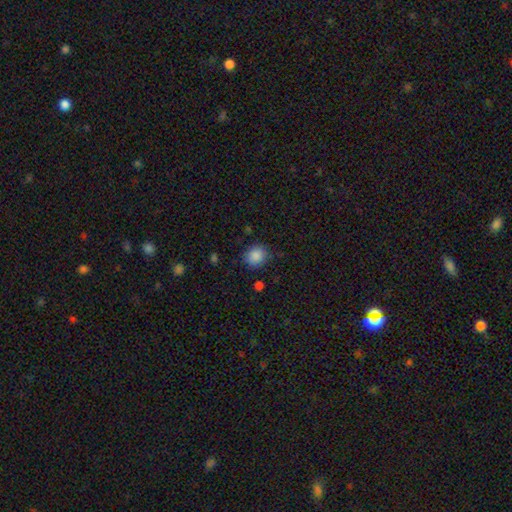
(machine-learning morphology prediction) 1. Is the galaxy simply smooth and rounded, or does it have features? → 87% smooth, 9% star or artifact, 4% featured or disk.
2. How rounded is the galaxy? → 80% round, 19% in between, 1% cigar-shaped.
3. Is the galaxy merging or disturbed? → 83% none, 12% minor disturbance, 3% major disturbance, 2% merger.